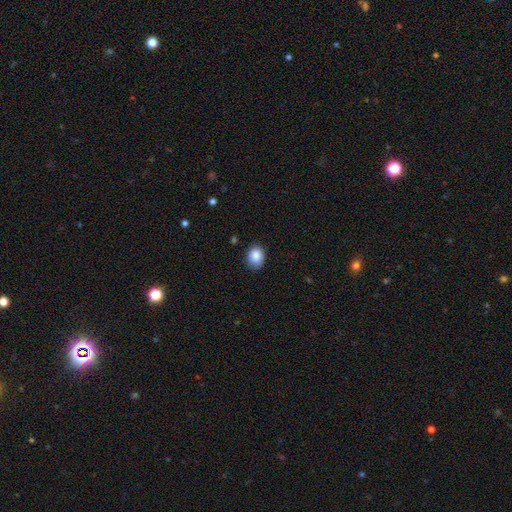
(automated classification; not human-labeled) Morphology: type=smooth (85%); roundness=in between (53%); merging=none (78%).